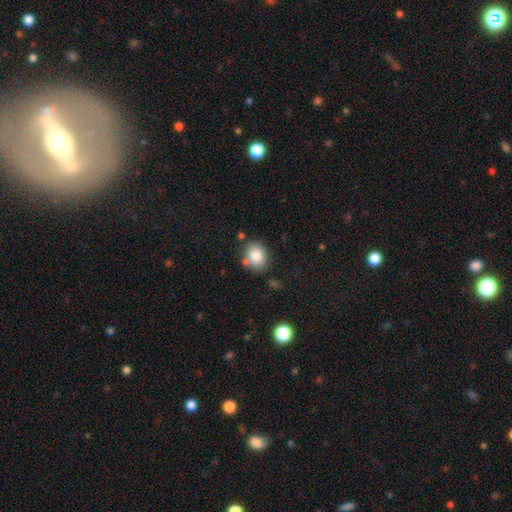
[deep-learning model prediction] Smooth or featured? Predicted: smooth (p=0.83). How rounded? Predicted: round (p=0.50). Merging? Predicted: none (p=0.71).